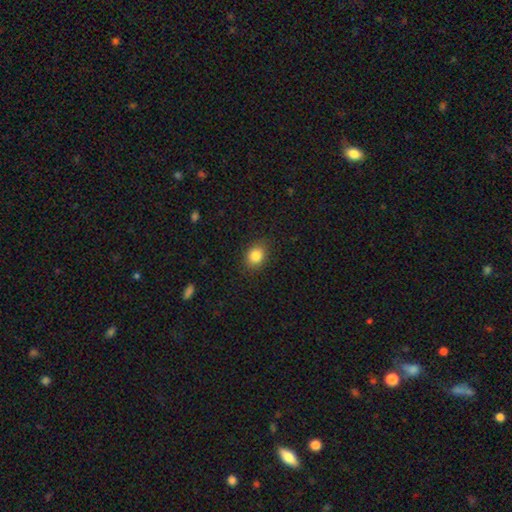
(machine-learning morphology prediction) Smooth or featured? Predicted: smooth (p=0.84). How rounded? Predicted: round (p=0.50). Merging? Predicted: none (p=0.86).